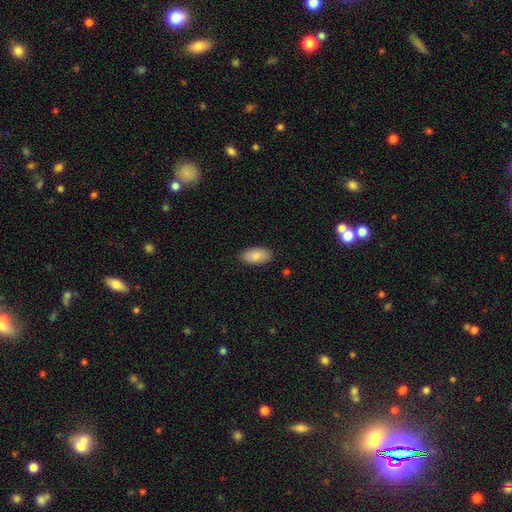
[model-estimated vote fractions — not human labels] Morphology: type=smooth (85%); roundness=in between (94%); merging=none (86%).